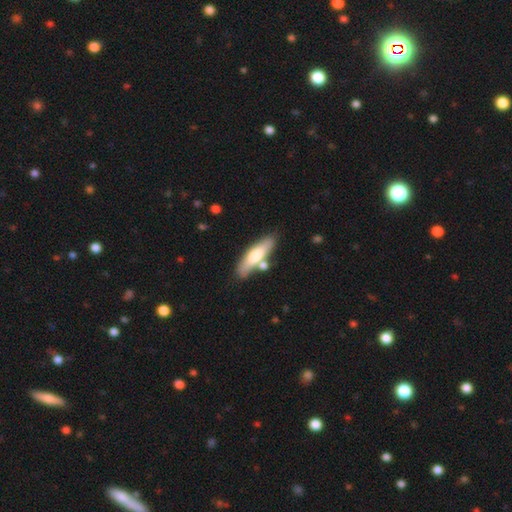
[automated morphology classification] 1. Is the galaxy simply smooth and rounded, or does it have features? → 65% smooth, 30% featured or disk, 5% star or artifact.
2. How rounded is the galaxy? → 63% cigar-shaped, 35% in between, 2% round.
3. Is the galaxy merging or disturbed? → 69% none, 14% merger, 13% minor disturbance, 3% major disturbance.